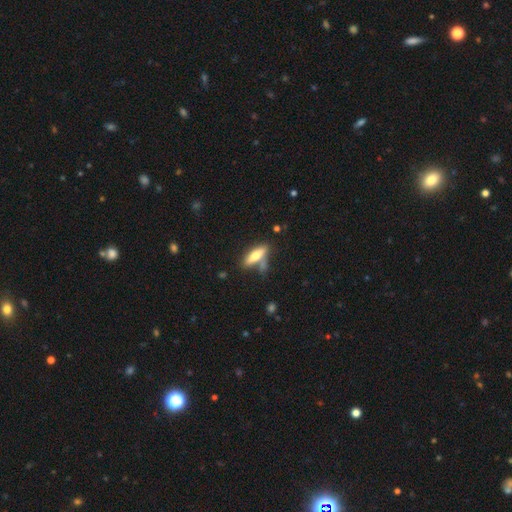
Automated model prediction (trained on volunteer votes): The model was most divided on "how rounded": cigar-shaped: 51%, in between: 47%, round: 2%. More confident: smooth or featured — smooth (63%); merging — none (62%).